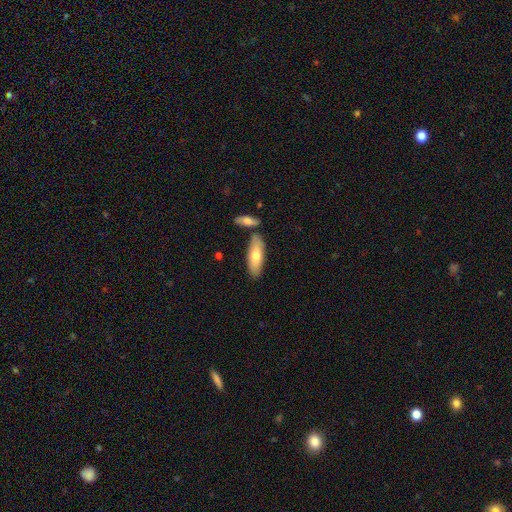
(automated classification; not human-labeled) Smooth or featured? smooth (68%)
How rounded? in between (66%)
Merging? none (72%)